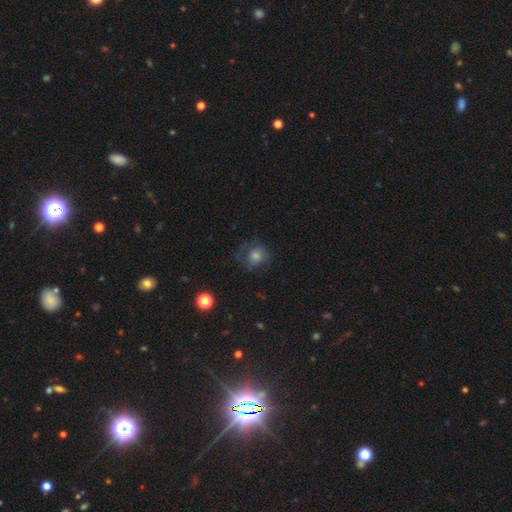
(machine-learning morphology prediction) Smooth or featured?
  - smooth: 48% *
  - featured or disk: 35%
  - star or artifact: 17%
Merging?
  - none: 60% *
  - minor disturbance: 20%
  - major disturbance: 18%
  - merger: 1%